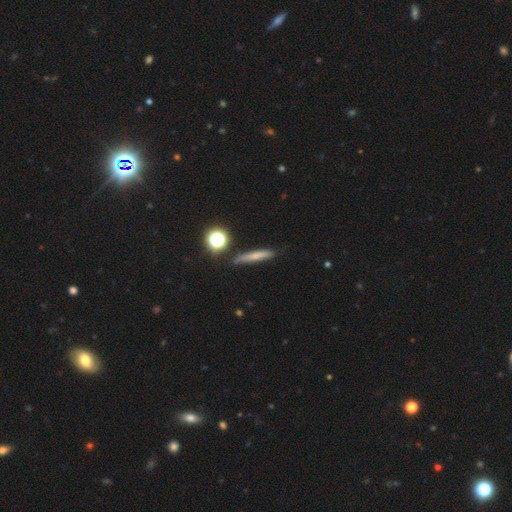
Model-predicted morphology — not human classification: The model was most divided on "smooth or featured": smooth: 63%, featured or disk: 25%, star or artifact: 12%. More confident: how rounded — cigar-shaped (88%); merging — none (82%).